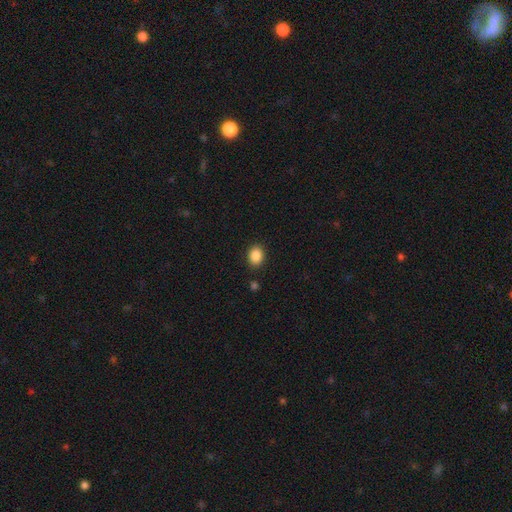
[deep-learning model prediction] Morphology: type=smooth (87%); roundness=in between (61%); merging=none (88%).